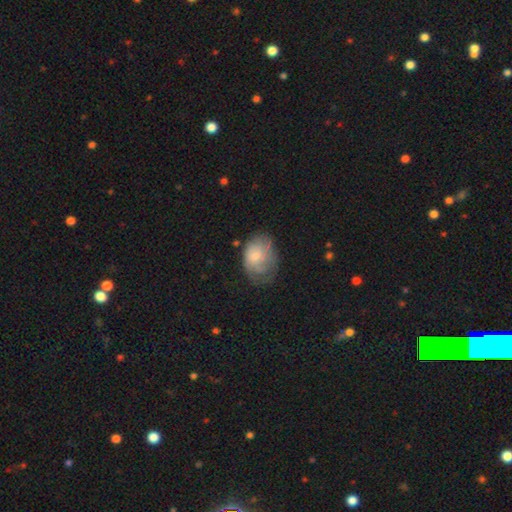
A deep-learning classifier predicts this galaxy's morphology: Smooth or featured? smooth (51%)
How rounded? in between (69%)
Merging? none (48%)